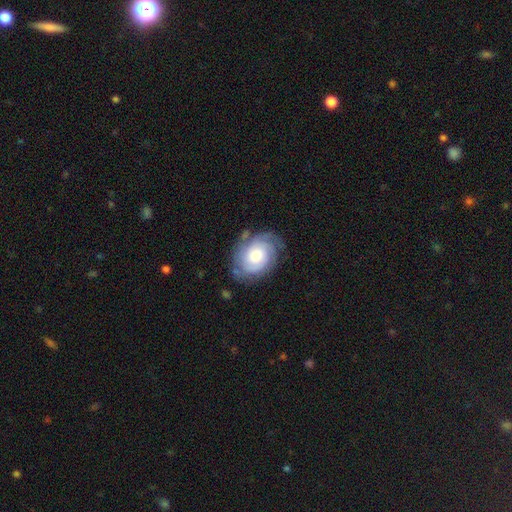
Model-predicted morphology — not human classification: smooth-or-featured: featured or disk: 65% | smooth: 28% | star or artifact: 7%
  disk-edge-on: no: 97% | yes: 3%
    bar: no: 79% | weak: 18% | strong: 3%
    has-spiral-arms: yes: 89% | no: 11%
      spiral-winding: tight: 65% | medium: 27% | loose: 8%
      spiral-arm-count: can't tell: 42% | 2: 21% | 3: 19% | 4: 8% | 1: 6% | more than 4: 5%
    bulge-size: moderate: 50% | large: 28% | small: 17% | dominant: 3% | none: 2%
  merging: none: 68% | minor disturbance: 21% | major disturbance: 8% | merger: 2%